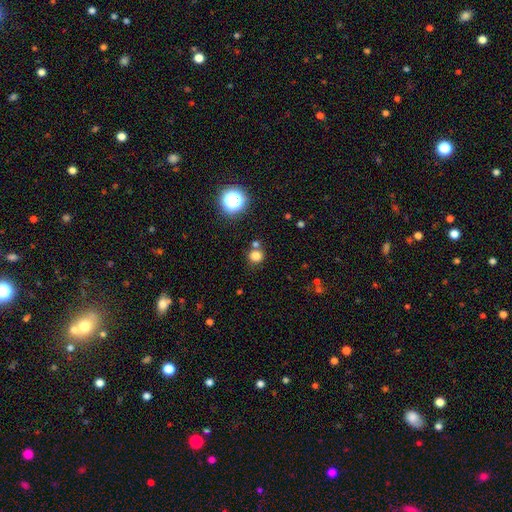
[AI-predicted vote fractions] A smooth galaxy with no disk features (78%) that is round (84%). Merging: none (71%).